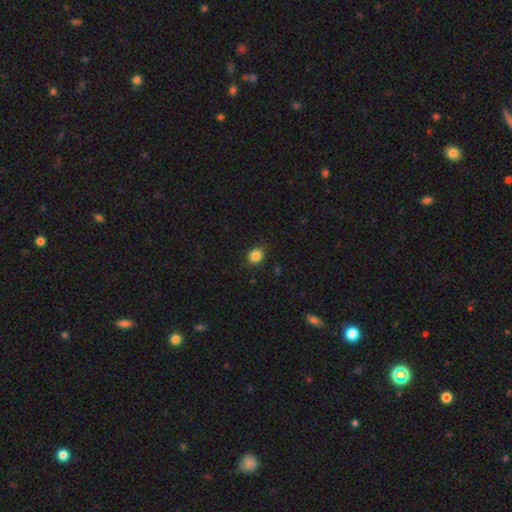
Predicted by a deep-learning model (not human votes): Smooth or featured? Predicted: smooth (p=0.85). How rounded? Predicted: round (p=0.68). Merging? Predicted: none (p=0.88).